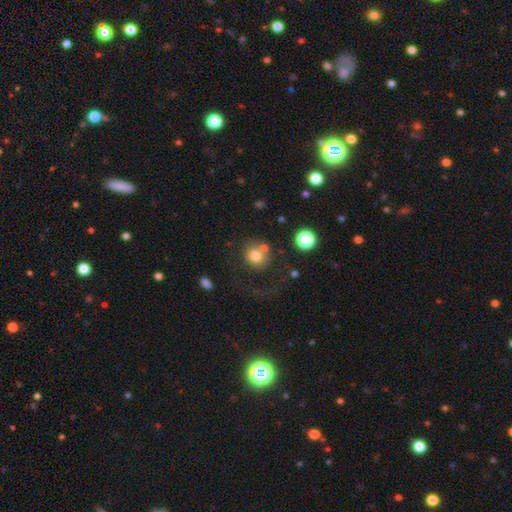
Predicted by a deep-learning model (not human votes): Smooth or featured? Predicted: smooth (p=0.73). How rounded? Predicted: round (p=0.84). Merging? Predicted: none (p=0.48).